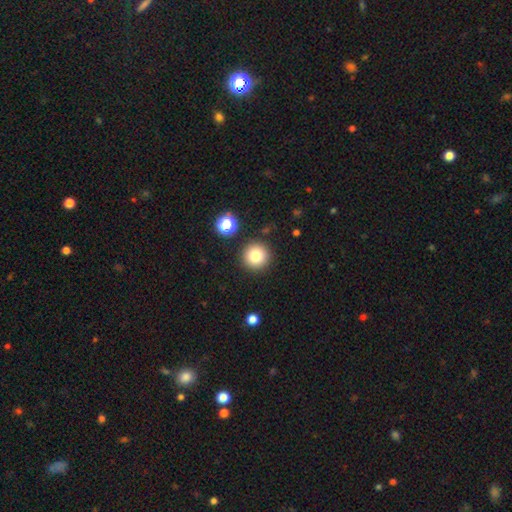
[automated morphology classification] A smooth galaxy with no disk features (80%) that is round (96%).

Vote fractions:
- Smooth or featured? smooth: 80% / star or artifact: 12% / featured or disk: 8%
- How rounded? round: 96% / in between: 4% / cigar-shaped: 1%
- Merging? none: 89% / minor disturbance: 6% / merger: 3% / major disturbance: 2%